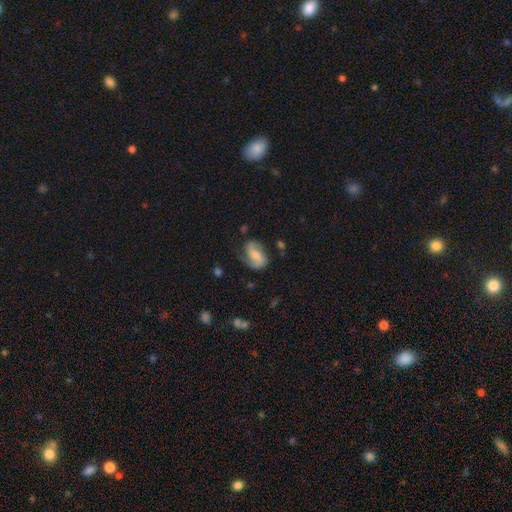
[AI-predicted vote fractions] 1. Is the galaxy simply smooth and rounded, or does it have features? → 58% featured or disk, 34% smooth, 7% star or artifact.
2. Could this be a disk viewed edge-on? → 96% no, 4% yes.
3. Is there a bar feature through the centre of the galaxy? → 42% no, 39% weak, 19% strong.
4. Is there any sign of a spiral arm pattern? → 89% yes, 11% no.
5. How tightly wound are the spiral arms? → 41% medium, 38% loose, 21% tight.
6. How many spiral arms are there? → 76% 2, 13% 1, 8% can't tell, 2% 3, 1% 4, 1% more than 4.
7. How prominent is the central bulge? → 34% moderate (tied), 34% small (tied), 19% none, 11% large, 2% dominant.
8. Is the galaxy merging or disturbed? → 58% none, 25% minor disturbance, 14% major disturbance, 2% merger.